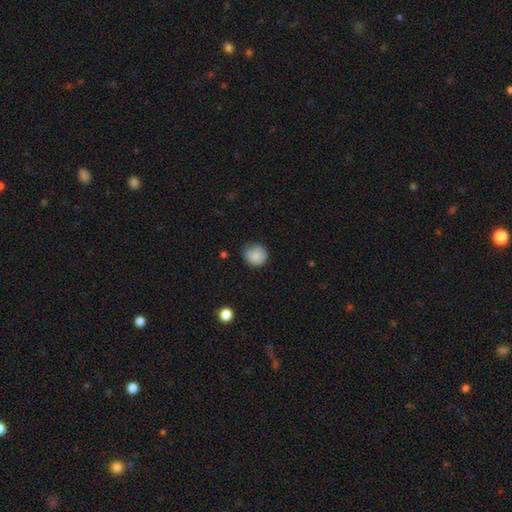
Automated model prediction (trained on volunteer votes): Smooth or featured?
  - smooth: 86% *
  - star or artifact: 8%
  - featured or disk: 6%
How rounded?
  - round: 88% *
  - in between: 11%
  - cigar-shaped: 1%
Merging?
  - none: 77% *
  - minor disturbance: 18%
  - major disturbance: 3%
  - merger: 1%